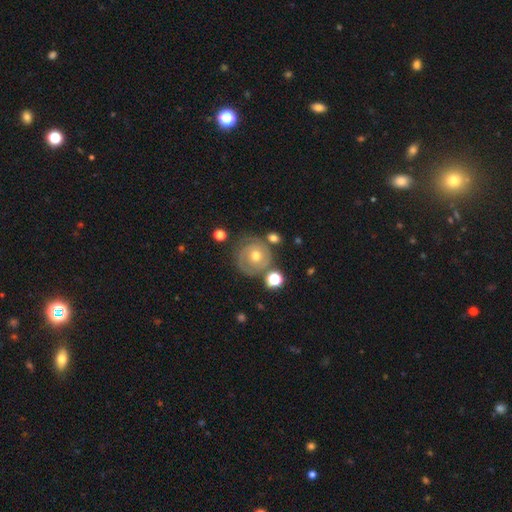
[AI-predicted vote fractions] Smooth or featured? Predicted: featured or disk (p=0.71). Edge-on disk? Predicted: no (p=0.98). Bar? Predicted: no (p=0.81). Spiral arms? Predicted: yes (p=0.85). Spiral winding? Predicted: tight (p=0.72). Spiral arm count? Predicted: 2 (p=0.53). Bulge size? Predicted: moderate (p=0.72). Merging? Predicted: none (p=0.71).